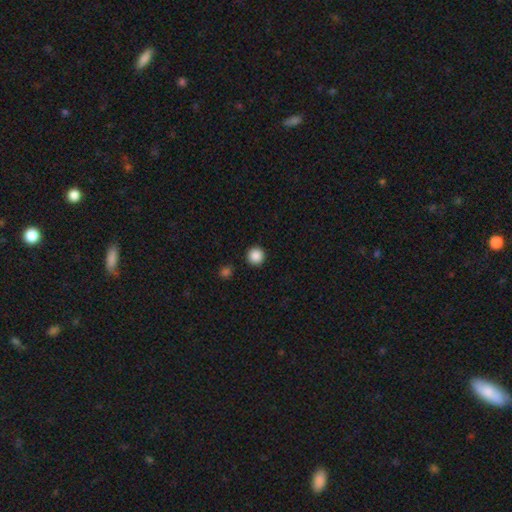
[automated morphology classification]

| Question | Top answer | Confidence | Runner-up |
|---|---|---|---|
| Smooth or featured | smooth | 88% | star or artifact (10%) |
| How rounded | round | 96% | in between (3%) |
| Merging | none | 92% | minor disturbance (4%) |